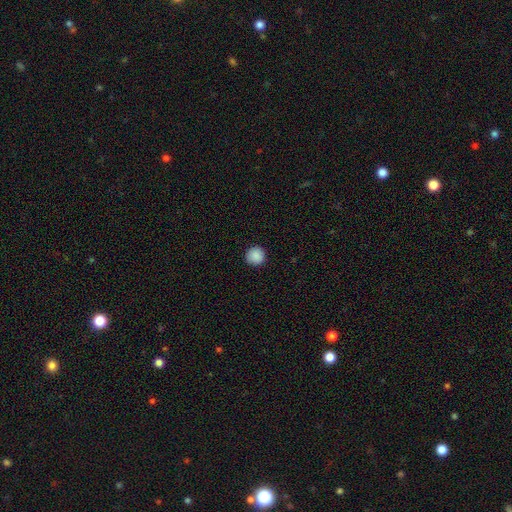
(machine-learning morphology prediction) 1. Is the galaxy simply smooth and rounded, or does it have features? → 89% smooth, 8% star or artifact, 3% featured or disk.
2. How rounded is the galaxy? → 95% round, 4% in between, 1% cigar-shaped.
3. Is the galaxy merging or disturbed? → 92% none, 6% minor disturbance, 2% major disturbance, 1% merger.